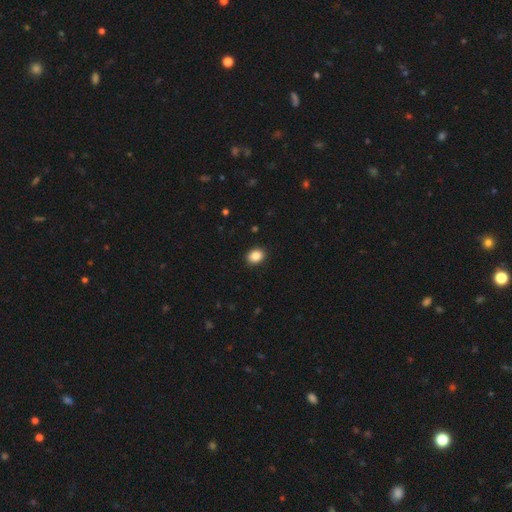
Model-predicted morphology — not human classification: Overall: smooth (87%). How rounded: in between (56%; round 43%). Merging: none (90%).